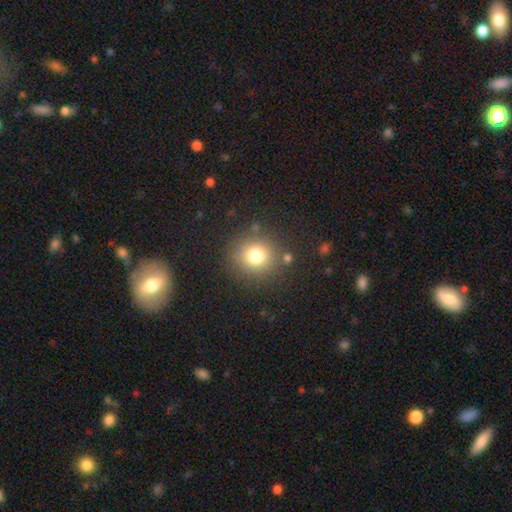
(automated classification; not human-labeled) Q: Smooth or featured?
A: smooth (77%); runner-up: star or artifact (15%)
Q: How rounded?
A: round (89%); runner-up: in between (10%)
Q: Merging?
A: none (84%); runner-up: minor disturbance (8%)